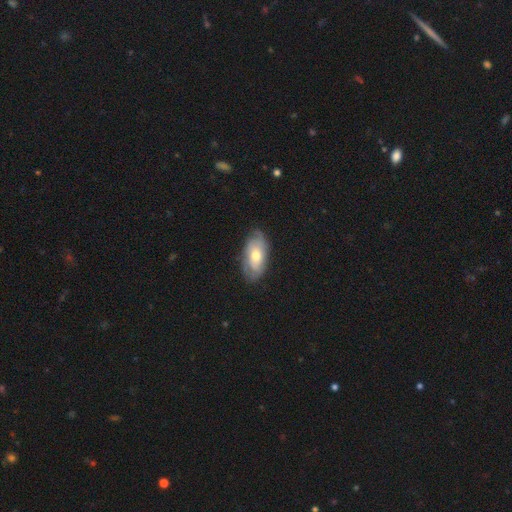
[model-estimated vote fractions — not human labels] Q: Smooth or featured?
A: featured or disk (50%); runner-up: smooth (44%)
Q: Edge-on disk?
A: no (88%); runner-up: yes (12%)
Q: Merging?
A: none (75%); runner-up: minor disturbance (20%)